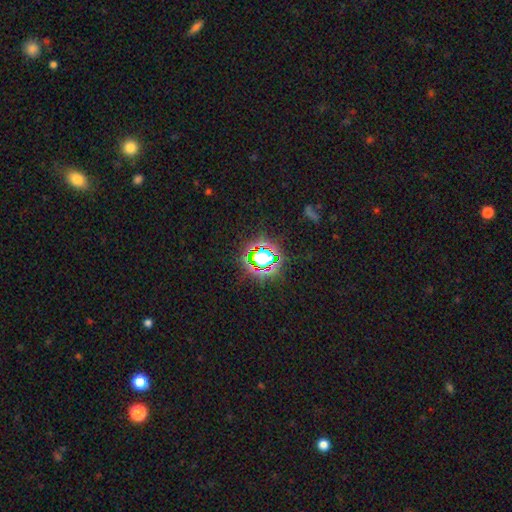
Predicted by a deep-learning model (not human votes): Smooth or featured: star or artifact — 71% (smooth — 17%)